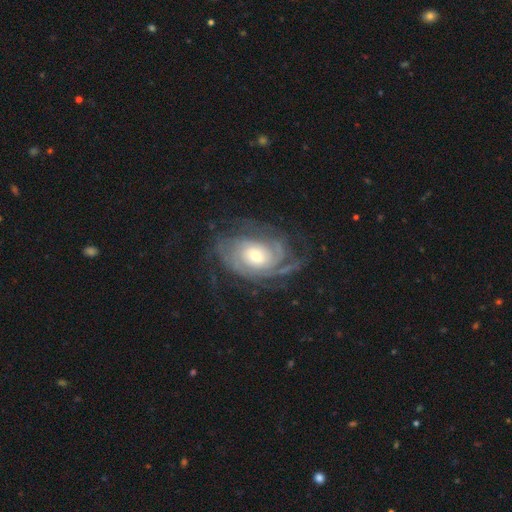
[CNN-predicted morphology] Q: Smooth or featured?
A: featured or disk (86%); runner-up: smooth (8%)
Q: Edge-on disk?
A: no (97%); runner-up: yes (3%)
Q: Bar?
A: no (73%); runner-up: weak (22%)
Q: Spiral arms?
A: yes (96%); runner-up: no (4%)
Q: Spiral winding?
A: tight (68%); runner-up: medium (24%)
Q: Spiral arm count?
A: can't tell (35%); runner-up: 3 (18%)
Q: Bulge size?
A: moderate (48%); runner-up: small (41%)
Q: Merging?
A: none (65%); runner-up: minor disturbance (18%)